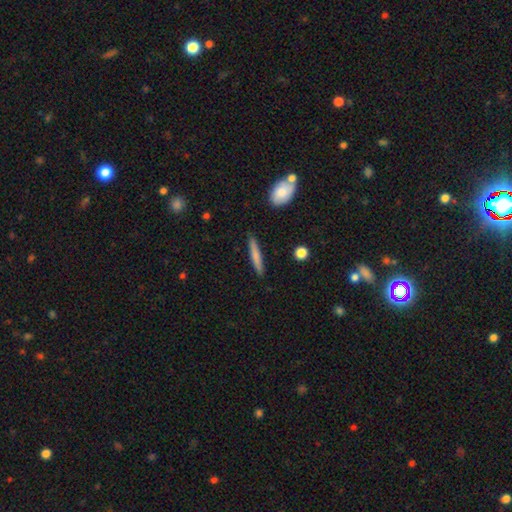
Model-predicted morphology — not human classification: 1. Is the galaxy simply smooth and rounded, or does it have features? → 70% smooth, 24% featured or disk, 6% star or artifact.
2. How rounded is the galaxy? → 93% cigar-shaped, 6% in between, 2% round.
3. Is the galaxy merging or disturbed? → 89% none, 8% minor disturbance, 2% major disturbance, 2% merger.